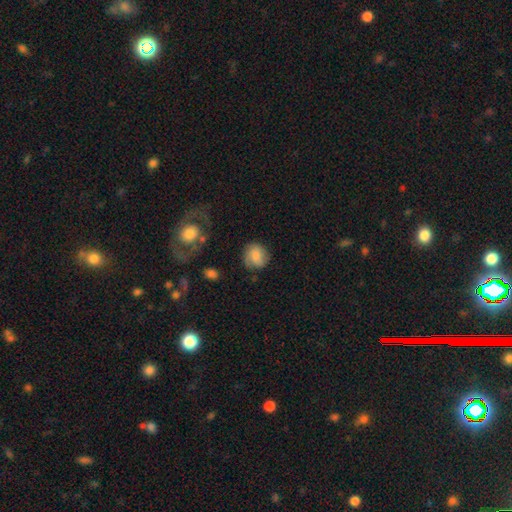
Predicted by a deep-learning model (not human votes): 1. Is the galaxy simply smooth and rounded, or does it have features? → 71% smooth, 21% featured or disk, 8% star or artifact.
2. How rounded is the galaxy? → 77% round, 22% in between, 1% cigar-shaped.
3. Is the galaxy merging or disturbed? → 69% none, 21% minor disturbance, 8% major disturbance, 2% merger.